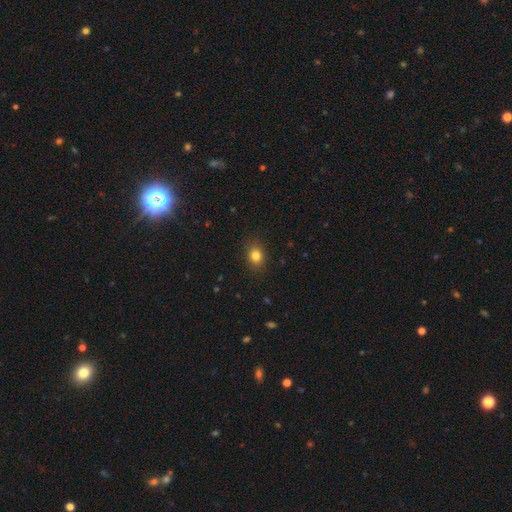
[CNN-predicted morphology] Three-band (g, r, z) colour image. It shows a smooth galaxy with no disk features (82%) that is in between round and cigar-shaped (51%). Merging: none (86%).